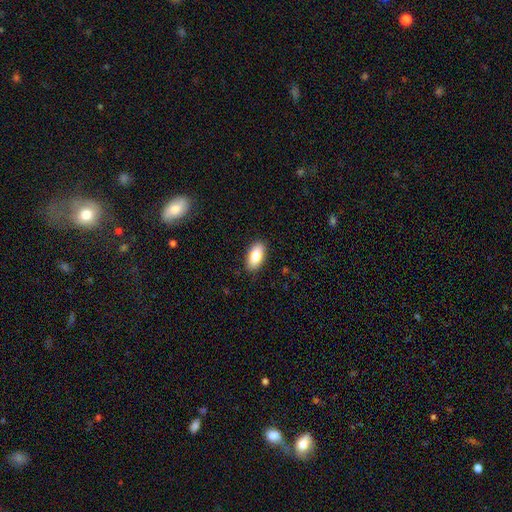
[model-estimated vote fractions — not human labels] smooth 82%, featured or disk 11%, star or artifact 7%. Down the decision tree: how rounded — in between (92%); merging — none (89%).